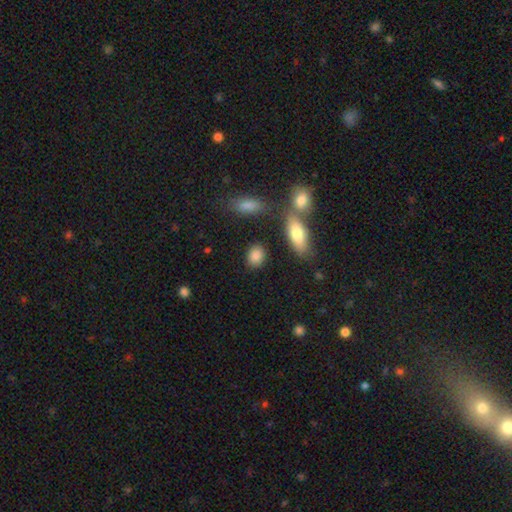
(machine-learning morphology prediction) A smooth galaxy with no disk features (86%) that is in between round and cigar-shaped (57%). Merging: none (82%).